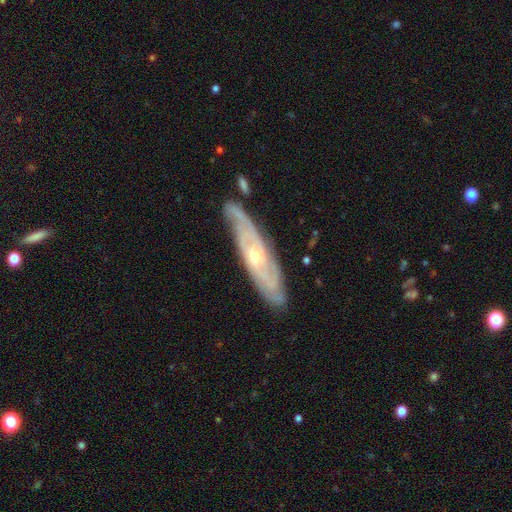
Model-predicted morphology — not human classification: smooth_or_featured: featured or disk (p=0.81) [alt: smooth p=0.12]
disk_edge_on: no (p=0.71) [alt: yes p=0.29]
bar: no (p=0.62) [alt: weak p=0.31]
has_spiral_arms: yes (p=0.92) [alt: no p=0.08]
spiral_winding: tight (p=0.61) [alt: medium p=0.31]
spiral_arm_count: can't tell (p=0.46) [alt: 2 p=0.26]
bulge_size: small (p=0.50) [alt: moderate p=0.46]
merging: none (p=0.75) [alt: minor disturbance p=0.18]